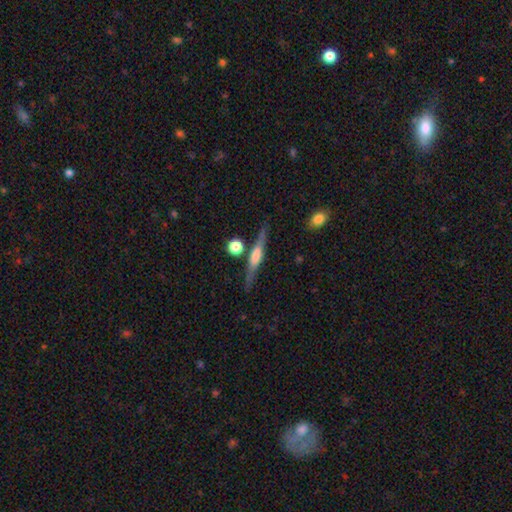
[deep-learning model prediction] This is likely a featured or disk galaxy (65%). It is clearly viewed edge-on (96%). Edge-on bulge: possibly rounded (60%). Merging: likely none (80%).